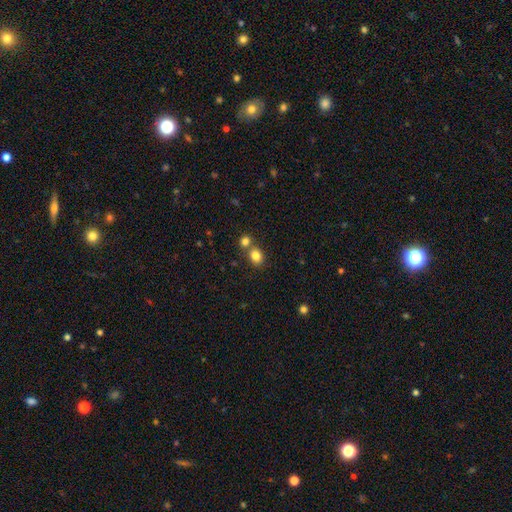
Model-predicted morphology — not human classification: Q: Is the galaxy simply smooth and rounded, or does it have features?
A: smooth — 83%.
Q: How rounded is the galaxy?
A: round — 56%.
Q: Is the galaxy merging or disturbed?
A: none — 58%.